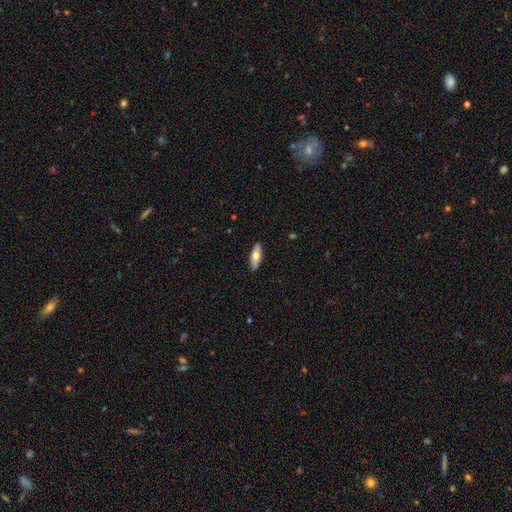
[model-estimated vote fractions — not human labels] Q: Smooth or featured?
A: smooth (65%); runner-up: featured or disk (29%)
Q: How rounded?
A: in between (69%); runner-up: cigar-shaped (29%)
Q: Merging?
A: none (90%); runner-up: minor disturbance (8%)